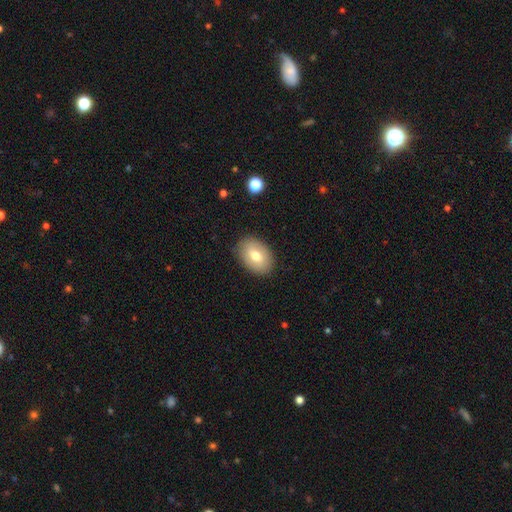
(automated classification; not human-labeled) Q: Smooth or featured?
A: smooth (73%); runner-up: featured or disk (20%)
Q: How rounded?
A: in between (85%); runner-up: round (14%)
Q: Merging?
A: none (86%); runner-up: minor disturbance (10%)